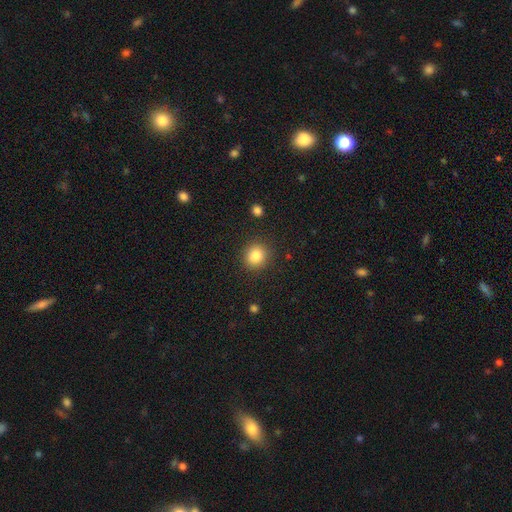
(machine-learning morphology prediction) A smooth galaxy with no disk features (84%) that is round (86%).

Vote fractions:
- Smooth or featured? smooth: 84% / star or artifact: 10% / featured or disk: 6%
- How rounded? round: 86% / in between: 14% / cigar-shaped: 1%
- Merging? none: 89% / minor disturbance: 7% / major disturbance: 3% / merger: 1%